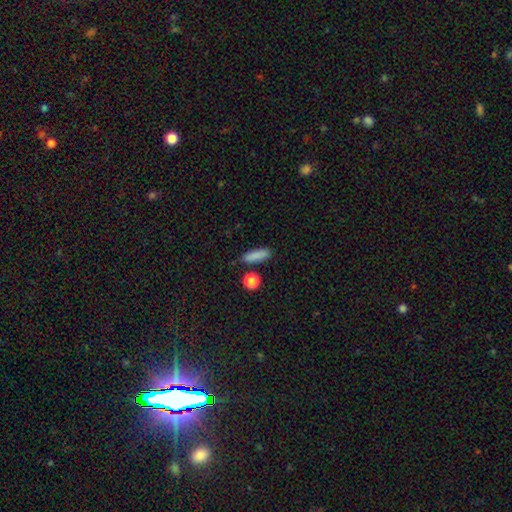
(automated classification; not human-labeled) Morphology: type=smooth (85%); roundness=cigar-shaped (53%); merging=none (81%).